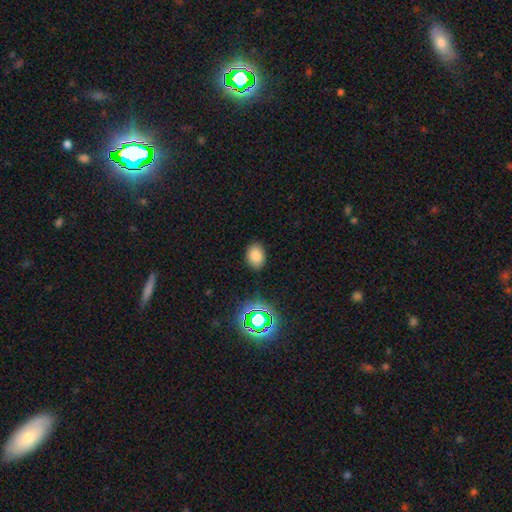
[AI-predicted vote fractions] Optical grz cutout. It shows a smooth galaxy with no disk features (80%) that is in between round and cigar-shaped (75%). Merging: none (85%).